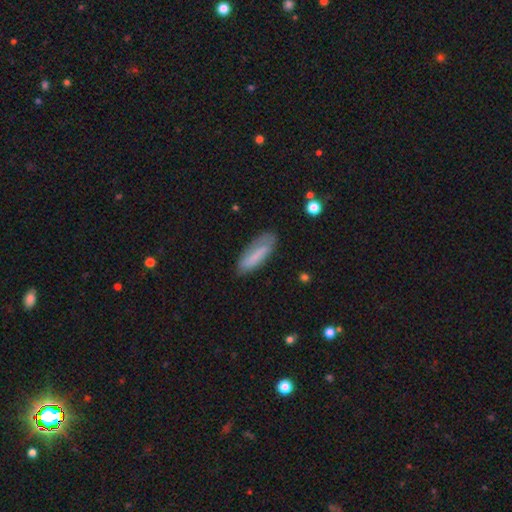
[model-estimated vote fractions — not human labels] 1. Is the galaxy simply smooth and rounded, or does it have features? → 74% smooth, 19% featured or disk, 7% star or artifact.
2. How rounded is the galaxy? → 52% cigar-shaped, 46% in between, 2% round.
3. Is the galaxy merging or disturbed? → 70% none, 22% minor disturbance, 6% major disturbance, 2% merger.